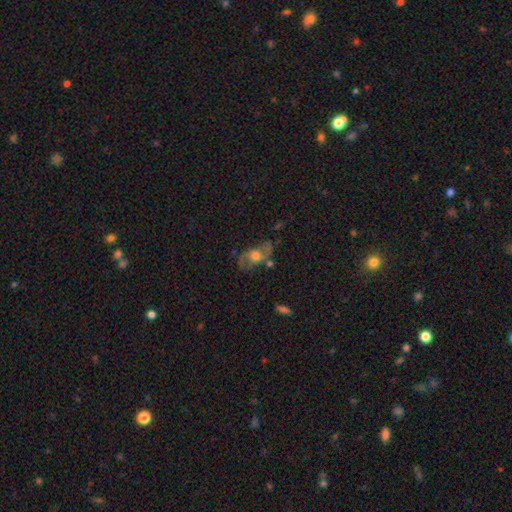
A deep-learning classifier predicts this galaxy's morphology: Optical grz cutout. It shows a featured or disk galaxy (68%) with no bar (72%), 2 (87%) loose (46%) spiral arms (81%) and a moderate central bulge (54%). Merging: none (62%).